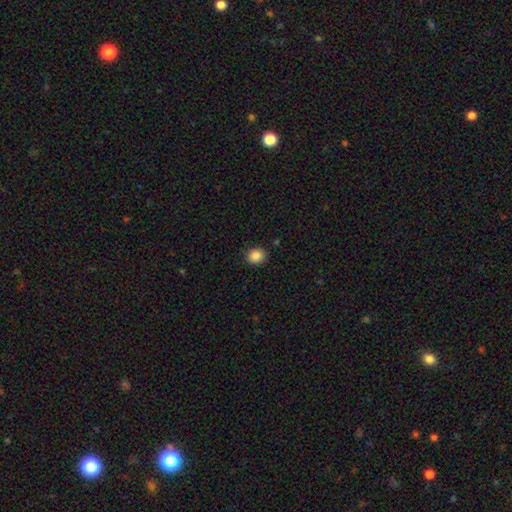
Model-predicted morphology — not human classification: type=smooth (87%); roundness=round (67%); merging=none (89%).